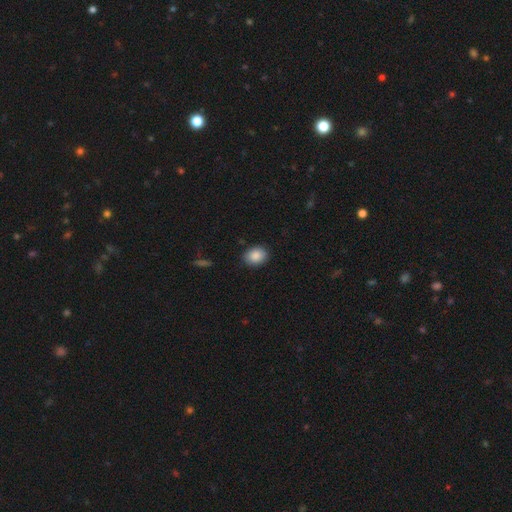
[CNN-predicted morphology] A smooth galaxy with no disk features (88%) that is in between round and cigar-shaped (61%). Merging: none (86%).